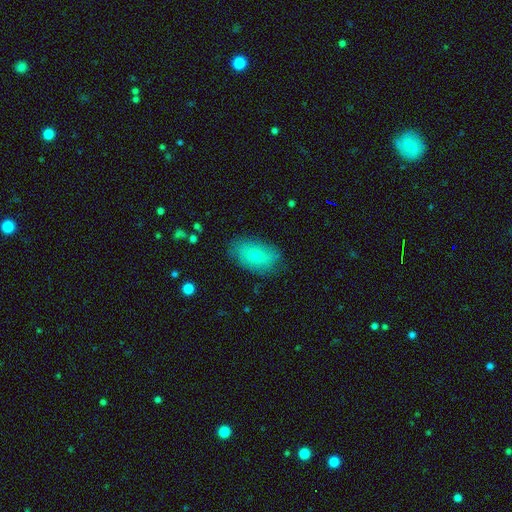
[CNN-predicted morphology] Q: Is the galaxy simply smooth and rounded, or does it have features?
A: smooth — 74%.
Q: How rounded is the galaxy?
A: in between — 91%.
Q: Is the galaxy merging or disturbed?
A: none — 77%.